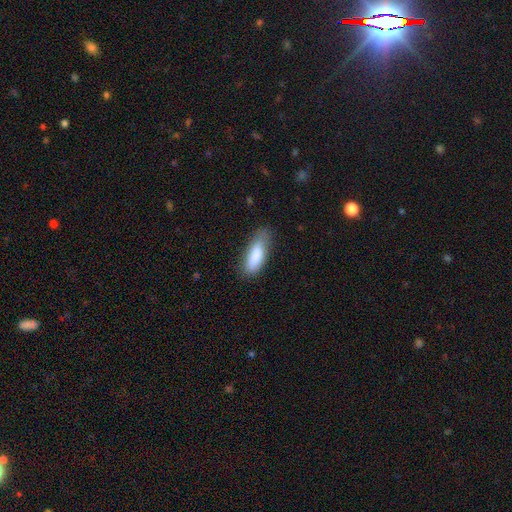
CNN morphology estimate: The model was most divided on "how rounded": in between: 66%, cigar-shaped: 33%, round: 2%. More confident: smooth or featured — smooth (83%); merging — none (69%).